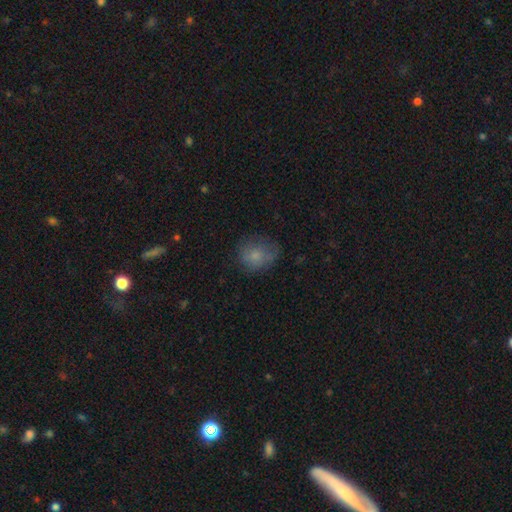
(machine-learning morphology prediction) Q: Smooth or featured?
A: smooth (76%); runner-up: featured or disk (14%)
Q: How rounded?
A: round (69%); runner-up: in between (30%)
Q: Merging?
A: none (63%); runner-up: minor disturbance (25%)